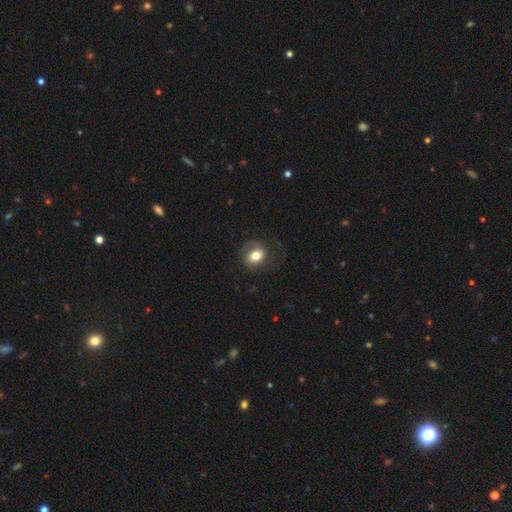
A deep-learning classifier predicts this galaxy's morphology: type=smooth (75%); roundness=round (54%); merging=none (71%).